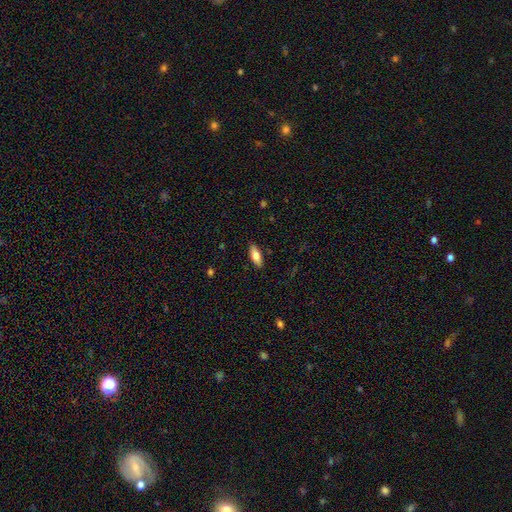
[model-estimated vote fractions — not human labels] smooth 73%, featured or disk 21%, star or artifact 6%. Down the decision tree: how rounded — in between (76%); merging — none (88%).